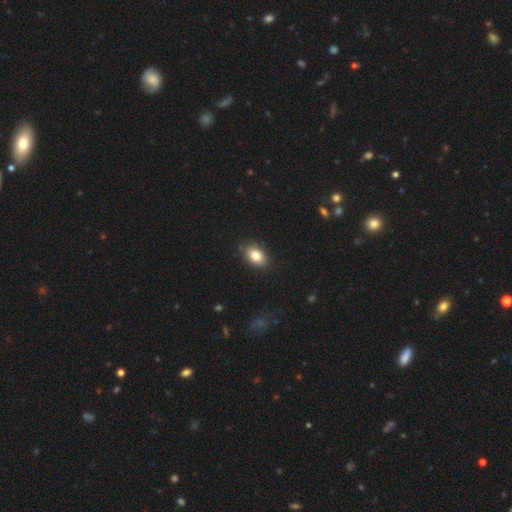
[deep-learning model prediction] smooth 82%, featured or disk 9%, star or artifact 9%. Down the decision tree: how rounded — in between (82%); merging — none (85%).